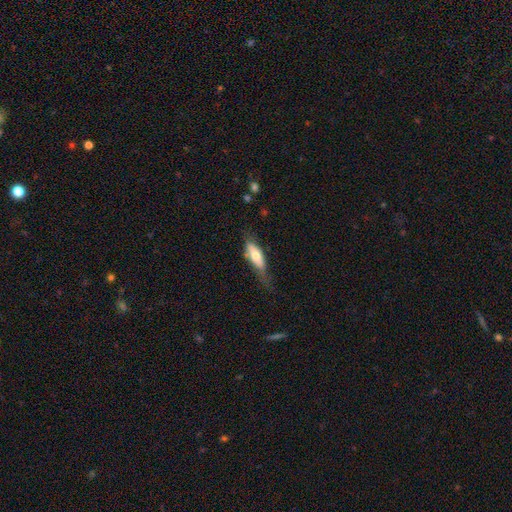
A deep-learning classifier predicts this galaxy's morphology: smooth_or_featured: smooth (p=0.58) [alt: featured or disk p=0.36]
how_rounded: in between (p=0.62) [alt: cigar-shaped p=0.36]
merging: none (p=0.49) [alt: minor disturbance p=0.33]